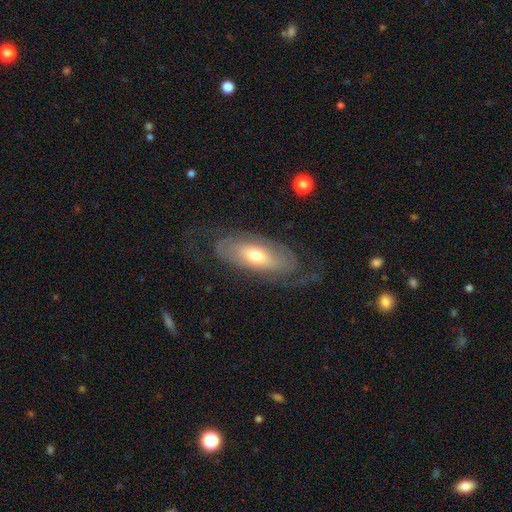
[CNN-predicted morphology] type=featured or disk (64%); edge-on=no (85%); bar=no (71%); spiral arms=yes (75%); bulge=moderate (69%); merging=none (62%).